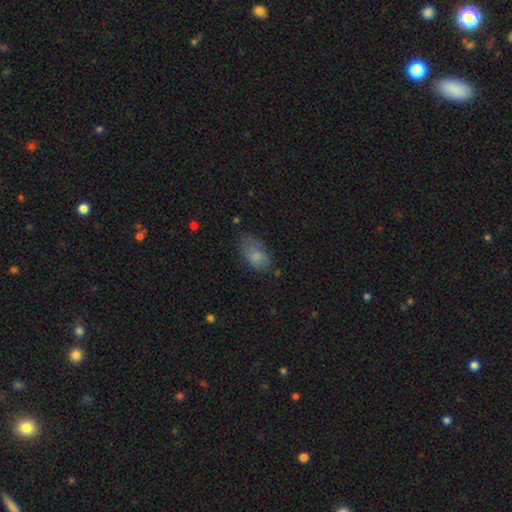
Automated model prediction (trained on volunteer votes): This appears to be a smooth galaxy with no disk features (79%) that is in between round and cigar-shaped (92%). Merging: none (62%).